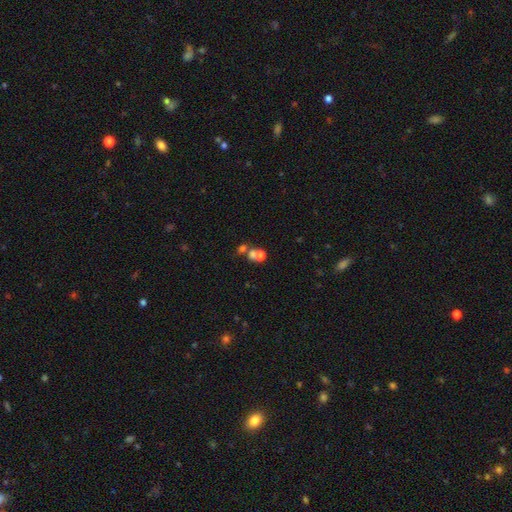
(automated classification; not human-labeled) smooth-or-featured: smooth: 50% | star or artifact: 33% | featured or disk: 17%
  how-rounded: round: 73% | in between: 25% | cigar-shaped: 2%
  merging: merger: 44% | none: 43% | minor disturbance: 7% | major disturbance: 5%